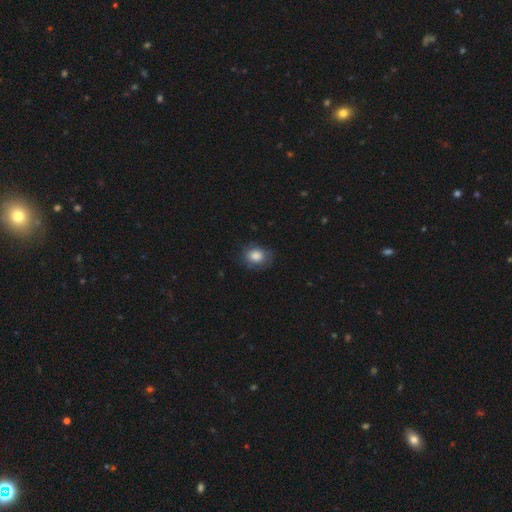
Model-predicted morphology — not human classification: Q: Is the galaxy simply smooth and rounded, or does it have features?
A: smooth — 84%.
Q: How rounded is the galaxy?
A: round — 58%.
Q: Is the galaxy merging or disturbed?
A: none — 75%.